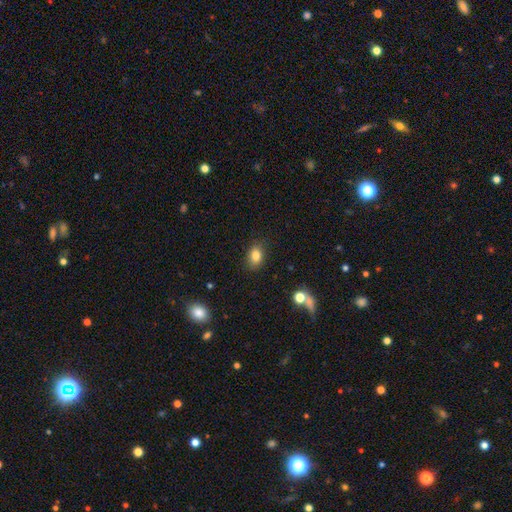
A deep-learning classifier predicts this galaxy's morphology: smooth 82%, star or artifact 10%, featured or disk 8%. Down the decision tree: how rounded — in between (77%); merging — none (85%).